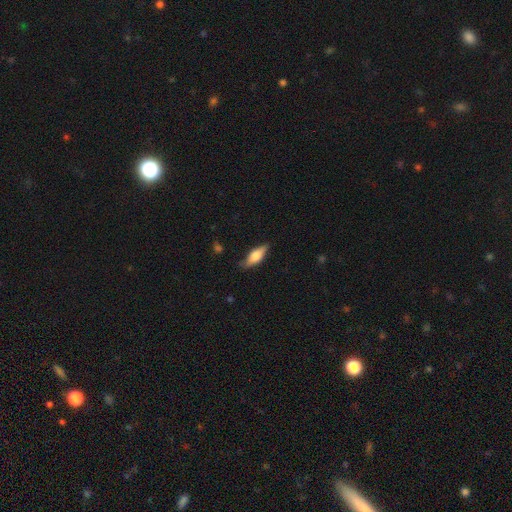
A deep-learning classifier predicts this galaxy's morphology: Smooth or featured?
  - smooth: 50% *
  - featured or disk: 44%
  - star or artifact: 7%
Merging?
  - none: 78% *
  - minor disturbance: 17%
  - major disturbance: 3%
  - merger: 1%